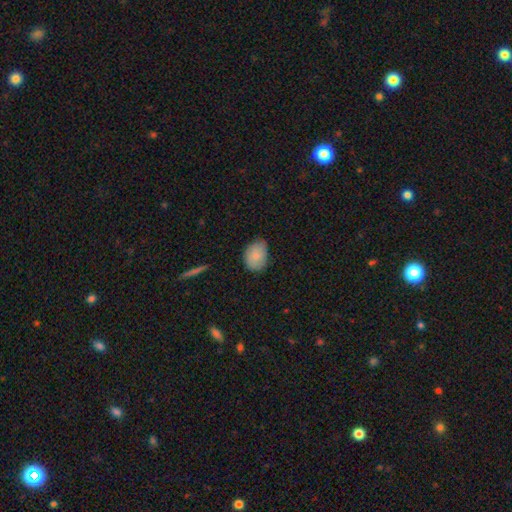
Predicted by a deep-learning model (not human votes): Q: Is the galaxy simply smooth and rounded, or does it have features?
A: smooth — 83%.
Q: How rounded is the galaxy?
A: in between — 63%.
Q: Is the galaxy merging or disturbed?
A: none — 65%.